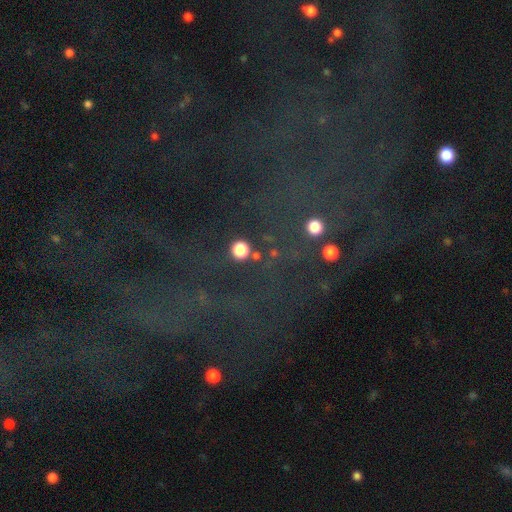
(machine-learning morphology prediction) Q: Smooth or featured?
A: star or artifact (52%); runner-up: smooth (37%)